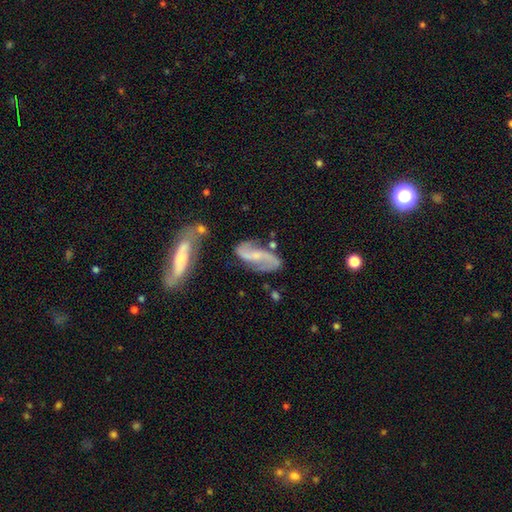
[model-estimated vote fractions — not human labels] smooth_or_featured: featured or disk (p=0.85) [alt: smooth p=0.10]
disk_edge_on: no (p=0.94) [alt: yes p=0.06]
bar: no (p=0.42) [alt: weak p=0.40]
has_spiral_arms: yes (p=0.95) [alt: no p=0.05]
spiral_winding: loose (p=0.63) [alt: medium p=0.28]
spiral_arm_count: 2 (p=0.92) [alt: can't tell p=0.03]
bulge_size: small (p=0.55) [alt: none p=0.24]
merging: none (p=0.68) [alt: minor disturbance p=0.17]